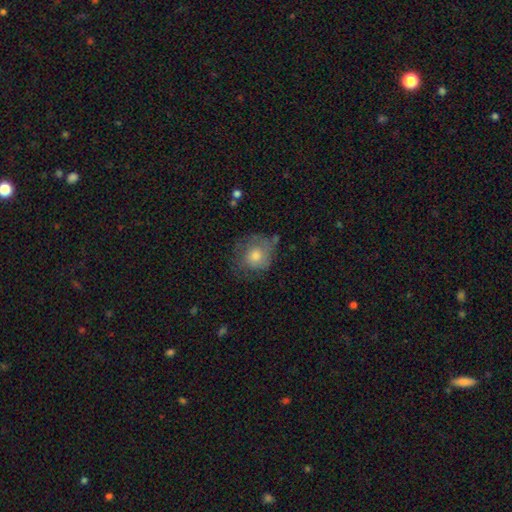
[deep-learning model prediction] smooth 63%, featured or disk 28%, star or artifact 9%. Down the decision tree: how rounded — round (80%); merging — none (60%).